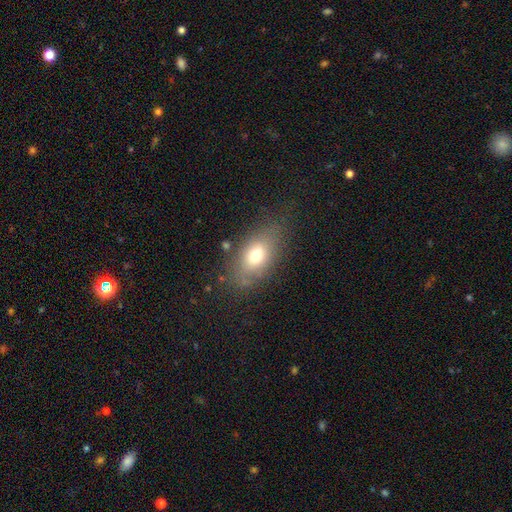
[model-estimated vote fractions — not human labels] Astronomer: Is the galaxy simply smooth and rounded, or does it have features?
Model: smooth — 69%.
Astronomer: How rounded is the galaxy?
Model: in between — 84%.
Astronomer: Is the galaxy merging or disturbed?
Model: none — 71%.